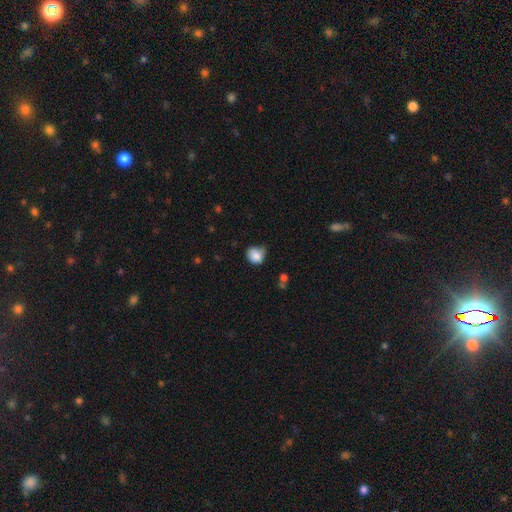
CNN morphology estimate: This appears to be a smooth galaxy with no disk features (84%) that is round (75%). Merging: none (47%).